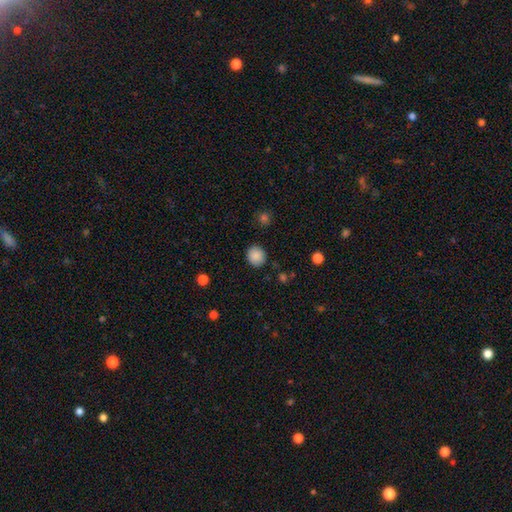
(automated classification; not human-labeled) This appears to be a smooth galaxy with no disk features (88%) that is round (86%). Merging: none (88%).